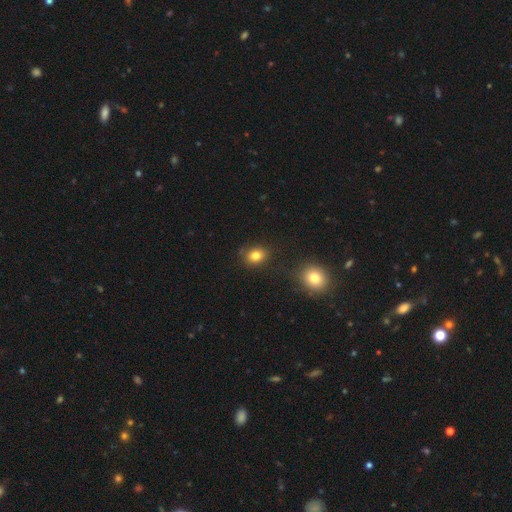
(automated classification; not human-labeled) A smooth galaxy with no disk features (82%) that is round (50%).

Vote fractions:
- Smooth or featured? smooth: 82% / star or artifact: 11% / featured or disk: 7%
- How rounded? round: 50% / in between: 49% / cigar-shaped: 1%
- Merging? none: 79% / minor disturbance: 13% / merger: 4% / major disturbance: 3%